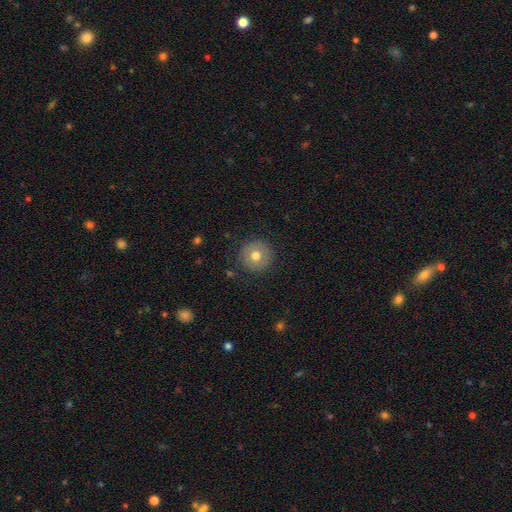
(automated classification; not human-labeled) A smooth galaxy with no disk features (71%) that is round (96%). Merging: none (89%).